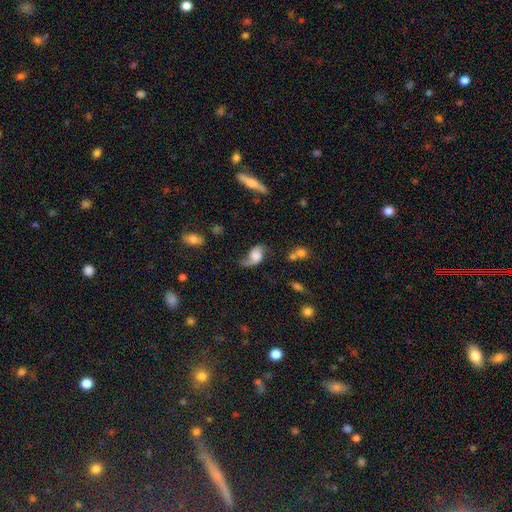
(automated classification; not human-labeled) This is likely a featured or disk galaxy (61%). It is clearly not viewed edge-on (95%). Bar: likely no (64%). Spiral arm pattern: clearly yes (90%). Spiral arm count: likely 2 (64%). Spiral winding: likely loose (72%). Central bulge: marginally large (35%). Merging: marginally none (42%).